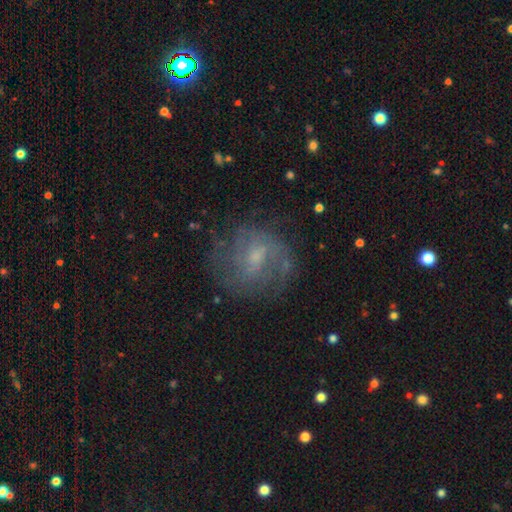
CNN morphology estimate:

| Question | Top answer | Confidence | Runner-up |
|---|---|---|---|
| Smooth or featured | featured or disk | 70% | smooth (20%) |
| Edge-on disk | no | 98% | yes (2%) |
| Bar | weak | 48% | no (45%) |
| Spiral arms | yes | 83% | no (17%) |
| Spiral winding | medium | 43% | tight (35%) |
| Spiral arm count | can't tell | 39% | 2 (31%) |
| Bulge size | small | 57% | moderate (30%) |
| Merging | none | 66% | minor disturbance (18%) |